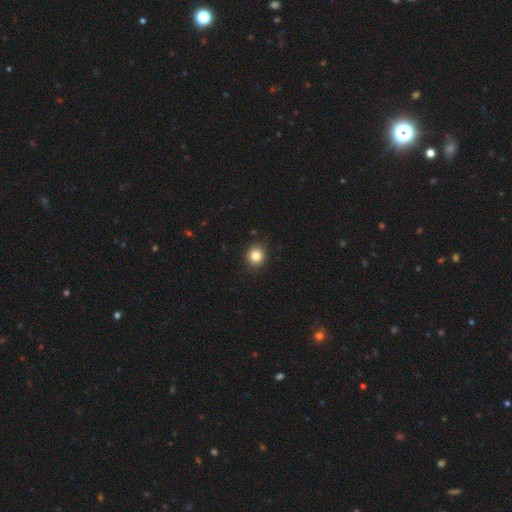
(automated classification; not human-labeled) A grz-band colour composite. It shows a smooth galaxy with no disk features (85%) that is round (87%). Merging: none (90%).